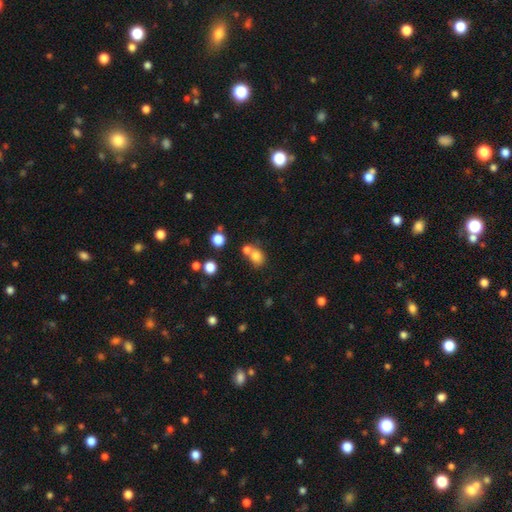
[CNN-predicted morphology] This is likely a smooth galaxy (77%). How rounded: likely round (69%). Merging: possibly none (45%).